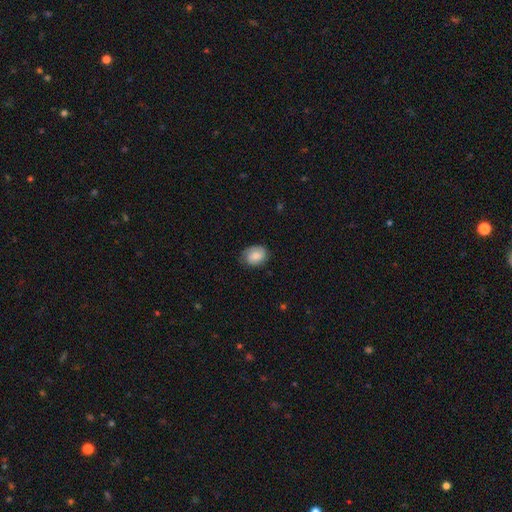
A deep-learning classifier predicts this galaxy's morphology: type=smooth (68%); roundness=in between (64%); merging=none (70%).